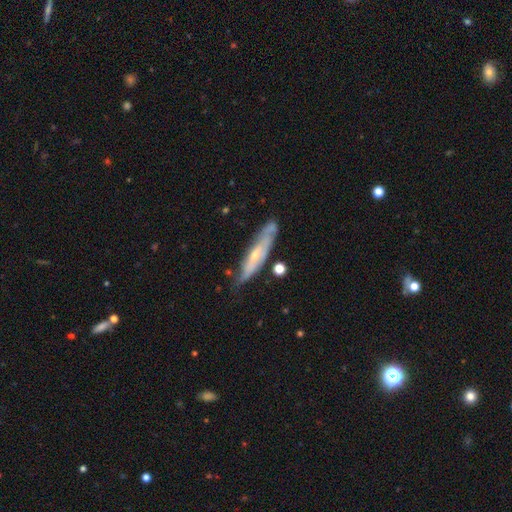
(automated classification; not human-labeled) Overall: featured or disk (63%; smooth 31%). Edge-on disk: yes (55%; no 45%). Merging: none (64%; minor disturbance 25%).